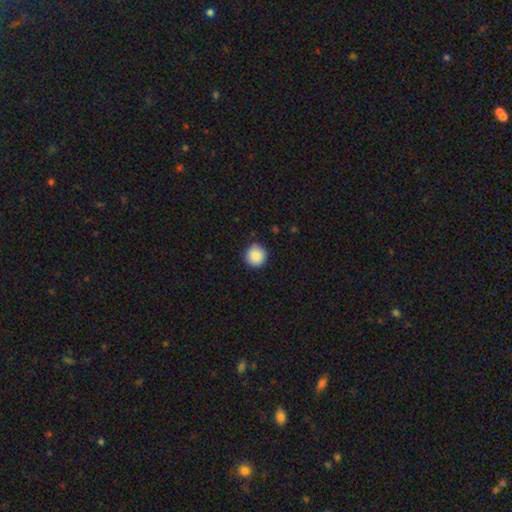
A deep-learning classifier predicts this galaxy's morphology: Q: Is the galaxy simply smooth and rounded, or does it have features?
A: smooth — 88%.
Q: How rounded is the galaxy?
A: round — 95%.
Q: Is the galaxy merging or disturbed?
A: none — 90%.